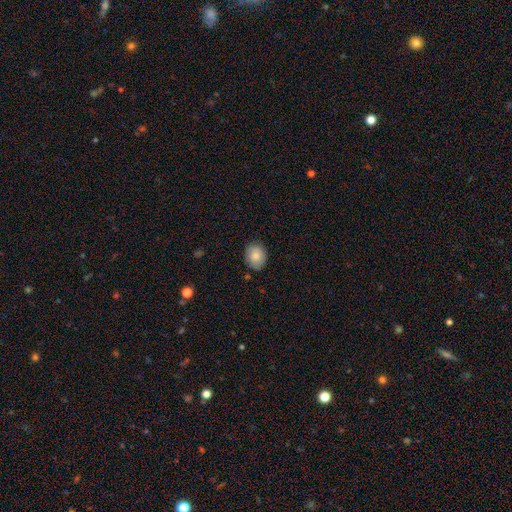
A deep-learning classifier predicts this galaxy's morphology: The model was most divided on "how rounded": round: 53%, in between: 46%, cigar-shaped: 1%. More confident: smooth or featured — smooth (85%); merging — none (84%).